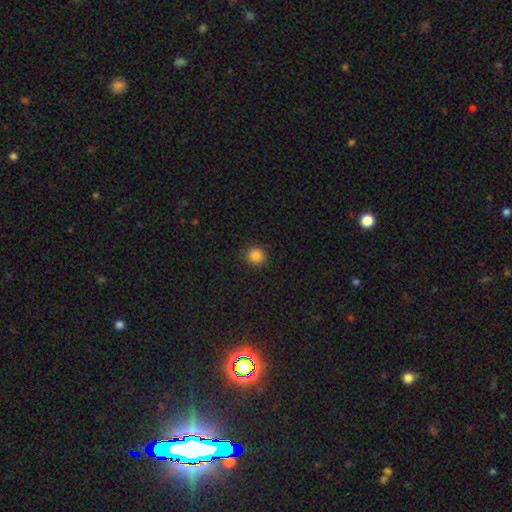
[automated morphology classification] Smooth or featured: smooth — 87% (star or artifact — 11%)
How rounded: round — 93% (in between — 7%)
Merging: none — 91% (minor disturbance — 6%)